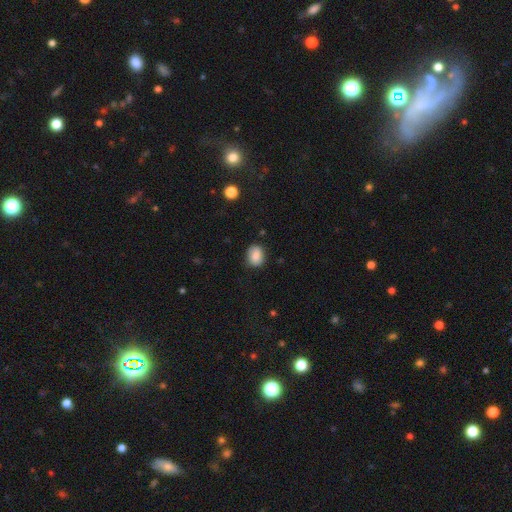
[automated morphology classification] This appears to be a smooth galaxy with no disk features (83%) that is in between round and cigar-shaped (57%). Merging: none (79%).